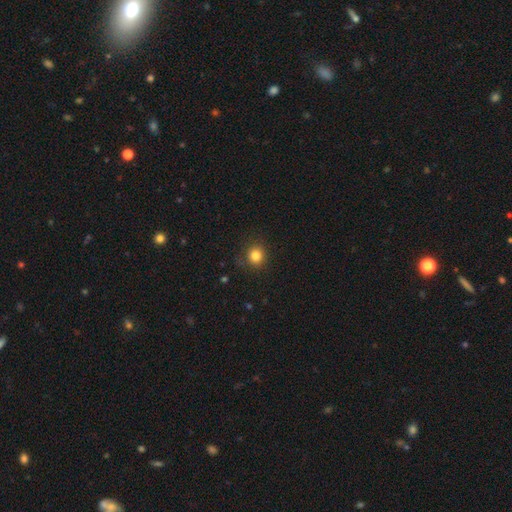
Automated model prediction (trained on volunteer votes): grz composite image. It shows a smooth galaxy with no disk features (83%) that is round (89%). Merging: none (88%).